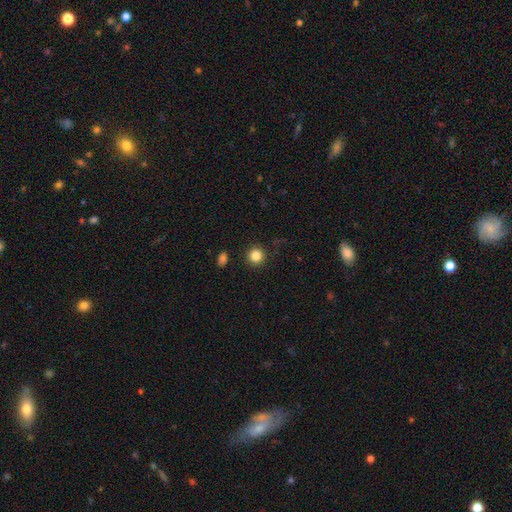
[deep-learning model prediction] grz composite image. It shows a smooth galaxy with no disk features (84%) that is round (94%). Merging: none (91%).